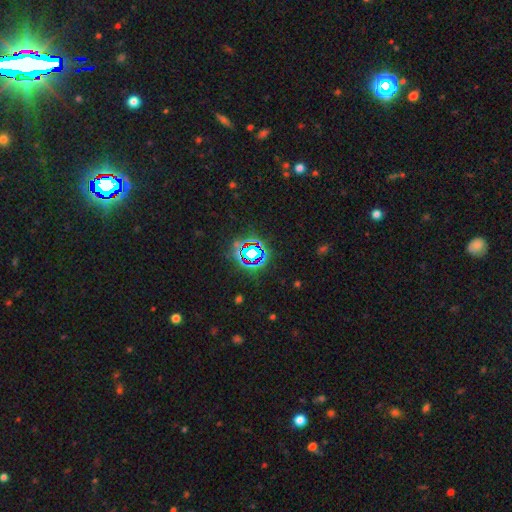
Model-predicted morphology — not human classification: smooth-or-featured: star or artifact: 77% | smooth: 14% | featured or disk: 9%